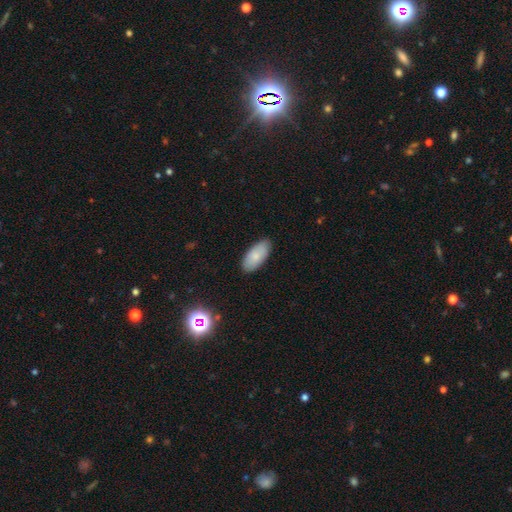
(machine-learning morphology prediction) smooth 82%, featured or disk 12%, star or artifact 6%. Down the decision tree: how rounded — in between (92%); merging — none (86%).